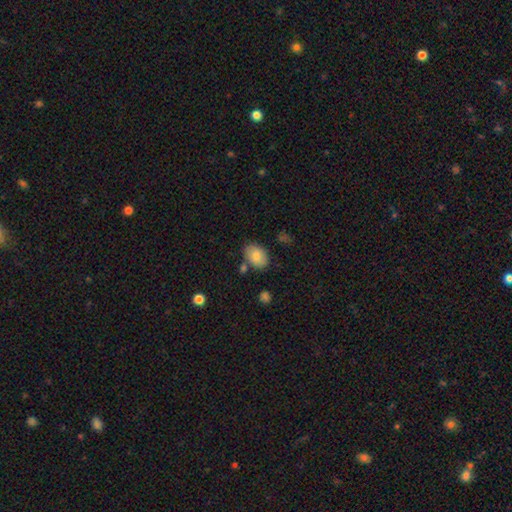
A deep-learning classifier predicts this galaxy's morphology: Q: Smooth or featured?
A: smooth (81%); runner-up: featured or disk (12%)
Q: How rounded?
A: in between (83%); runner-up: round (15%)
Q: Merging?
A: none (76%); runner-up: minor disturbance (14%)